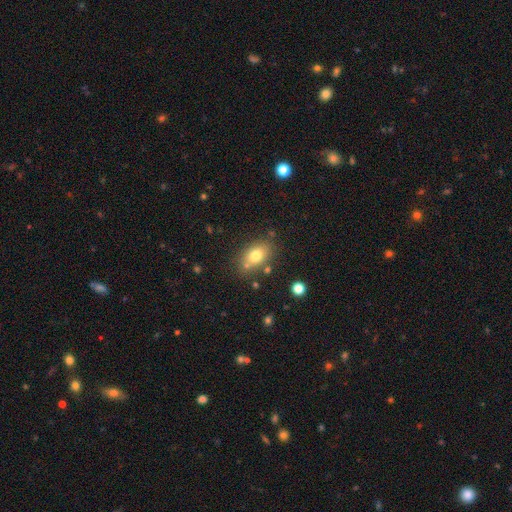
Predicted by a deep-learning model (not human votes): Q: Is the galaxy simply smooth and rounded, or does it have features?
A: smooth — 76%.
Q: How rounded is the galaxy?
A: in between — 80%.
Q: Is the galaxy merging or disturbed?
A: none — 73%.